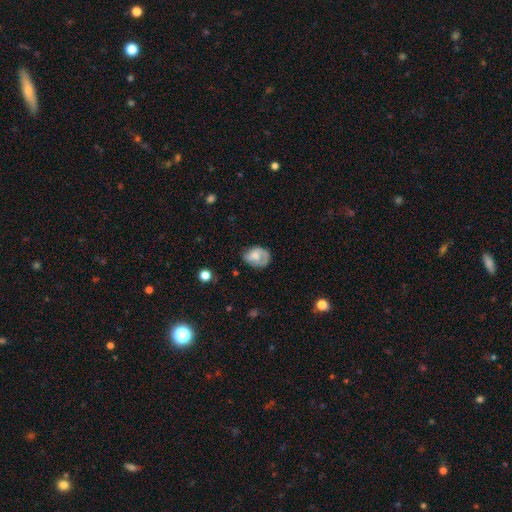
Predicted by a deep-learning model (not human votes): Q: Smooth or featured?
A: smooth (54%); runner-up: featured or disk (38%)
Q: How rounded?
A: in between (63%); runner-up: round (36%)
Q: Merging?
A: none (52%); runner-up: minor disturbance (30%)